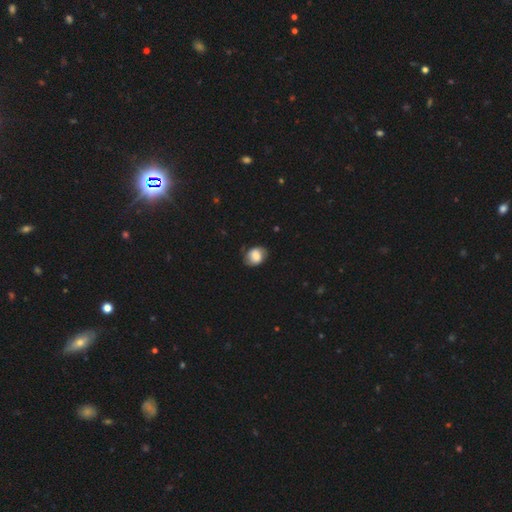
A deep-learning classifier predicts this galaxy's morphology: This is likely a smooth galaxy (71%). How rounded: possibly in between (56%). Merging: likely none (71%).